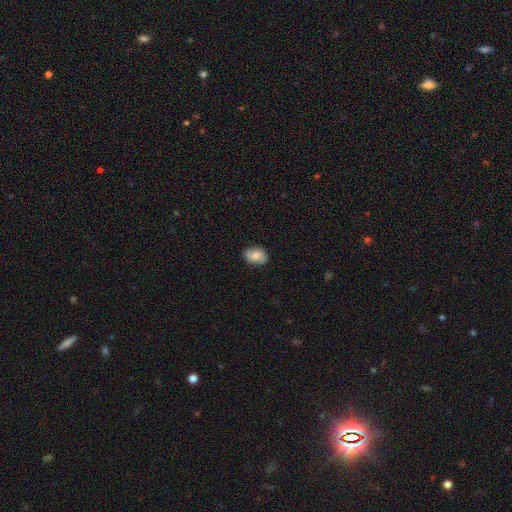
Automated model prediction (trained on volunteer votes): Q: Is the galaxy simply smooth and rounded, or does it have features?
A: smooth — 61%.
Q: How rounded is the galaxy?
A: in between — 74%.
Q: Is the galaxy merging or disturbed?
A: none — 80%.